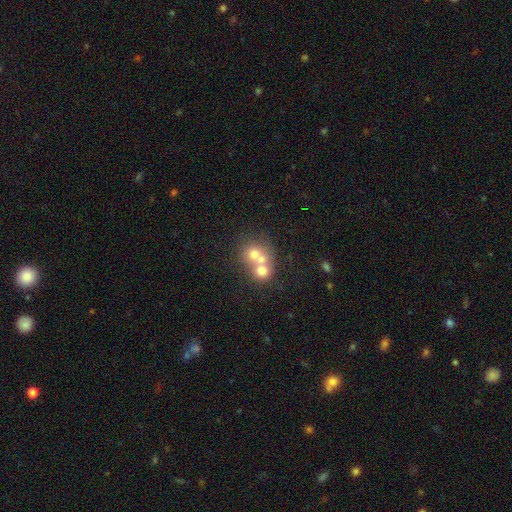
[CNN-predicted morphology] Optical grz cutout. It shows a smooth galaxy with no disk features (59%) that is round (77%). Merging: merger (66%).